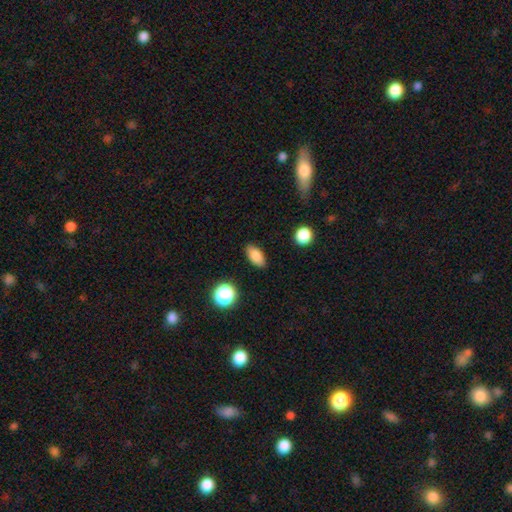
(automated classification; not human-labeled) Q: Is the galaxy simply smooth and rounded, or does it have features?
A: smooth — 84%.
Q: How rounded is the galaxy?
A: in between — 88%.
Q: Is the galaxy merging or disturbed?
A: none — 87%.